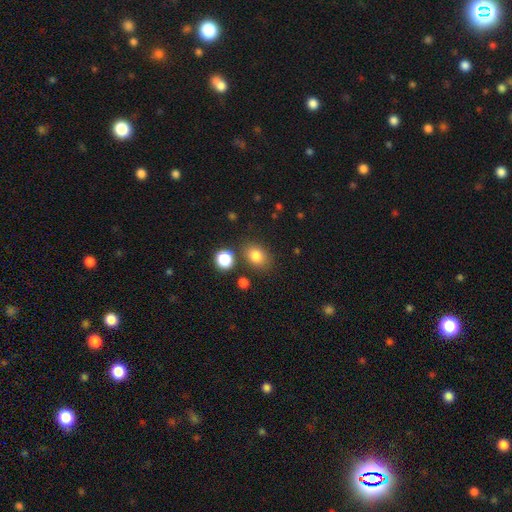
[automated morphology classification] smooth 82%, star or artifact 12%, featured or disk 7%. Down the decision tree: how rounded — in between (62%); merging — none (78%).